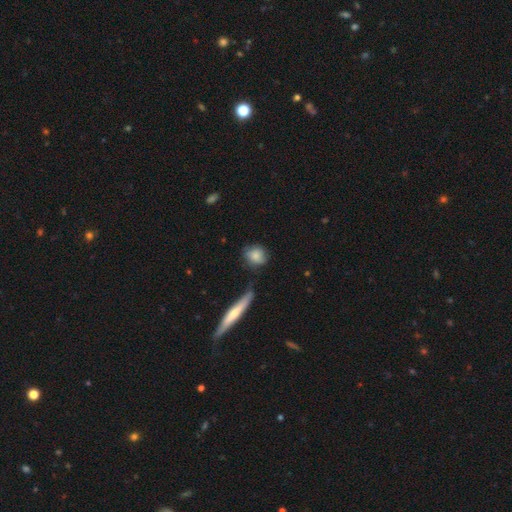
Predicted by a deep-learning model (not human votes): smooth-or-featured: smooth: 75% | featured or disk: 18% | star or artifact: 8%
  how-rounded: round: 59% | in between: 35% | cigar-shaped: 6%
  merging: none: 62% | minor disturbance: 24% | major disturbance: 7% | merger: 7%